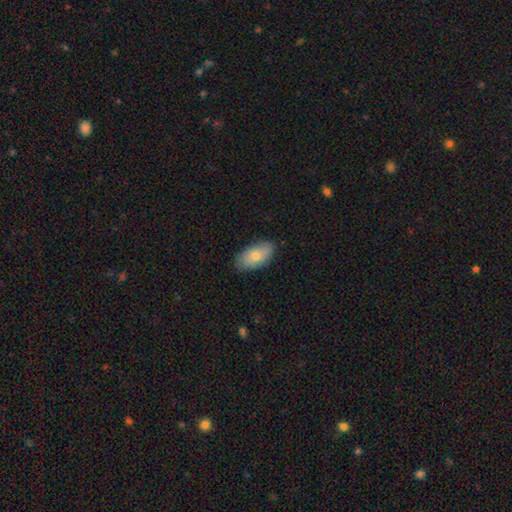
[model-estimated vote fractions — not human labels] This appears to be a smooth galaxy with no disk features (73%) that is in between round and cigar-shaped (93%). Merging: none (83%).